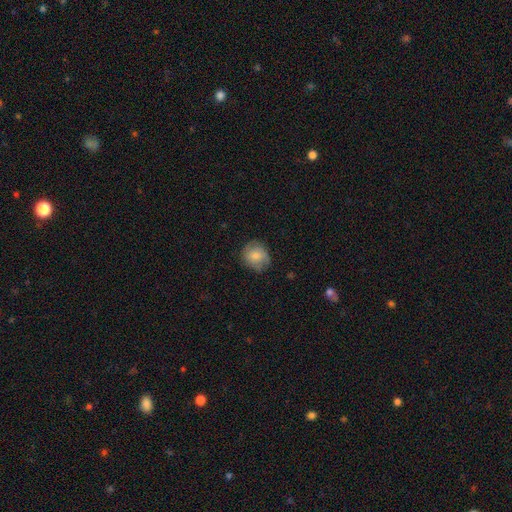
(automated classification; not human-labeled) Smooth or featured? smooth (71%)
How rounded? round (79%)
Merging? none (71%)